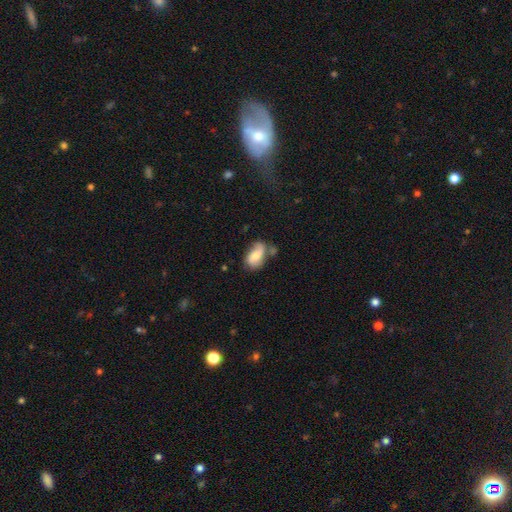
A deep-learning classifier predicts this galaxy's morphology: Smooth or featured? smooth (57%)
How rounded? in between (89%)
Merging? none (44%)